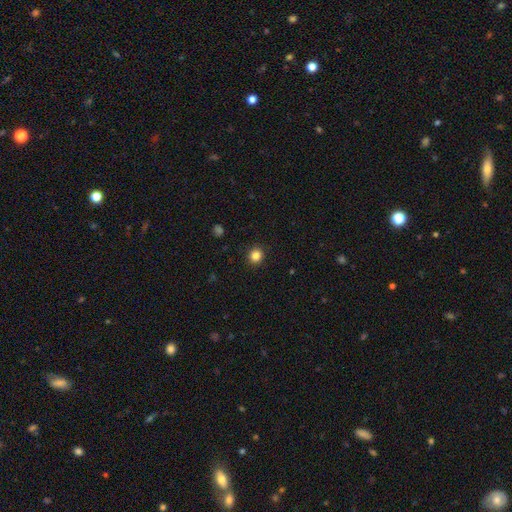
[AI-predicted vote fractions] Q: Smooth or featured?
A: smooth (84%); runner-up: star or artifact (11%)
Q: How rounded?
A: round (88%); runner-up: in between (11%)
Q: Merging?
A: none (92%); runner-up: minor disturbance (6%)